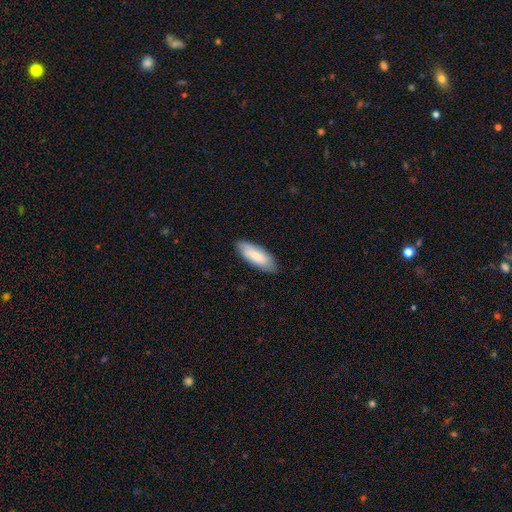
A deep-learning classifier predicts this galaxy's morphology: Smooth or featured: smooth — 79% (featured or disk — 16%)
How rounded: in between — 73% (cigar-shaped — 26%)
Merging: none — 84% (minor disturbance — 13%)